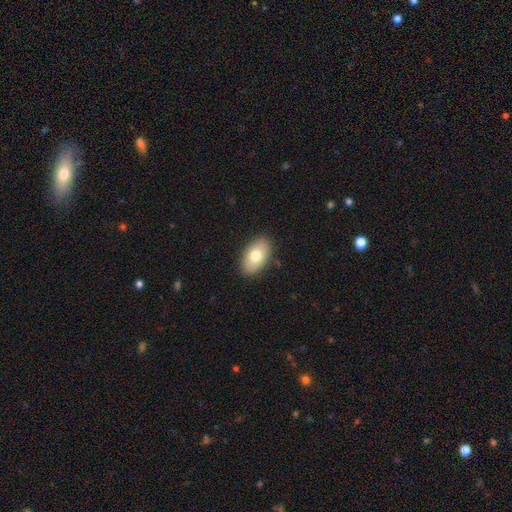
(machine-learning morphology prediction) smooth 76%, featured or disk 18%, star or artifact 7%. Down the decision tree: how rounded — in between (93%); merging — none (87%).